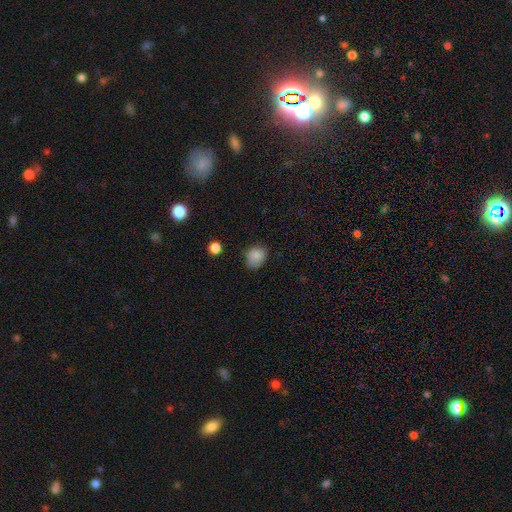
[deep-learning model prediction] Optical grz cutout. It shows a smooth galaxy with no disk features (85%) that is in between round and cigar-shaped (51%). Merging: none (68%).